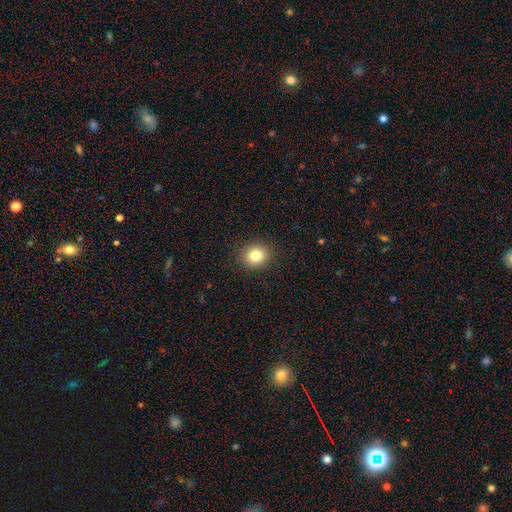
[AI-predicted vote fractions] smooth 81%, star or artifact 12%, featured or disk 7%. Down the decision tree: how rounded — round (81%); merging — none (91%).